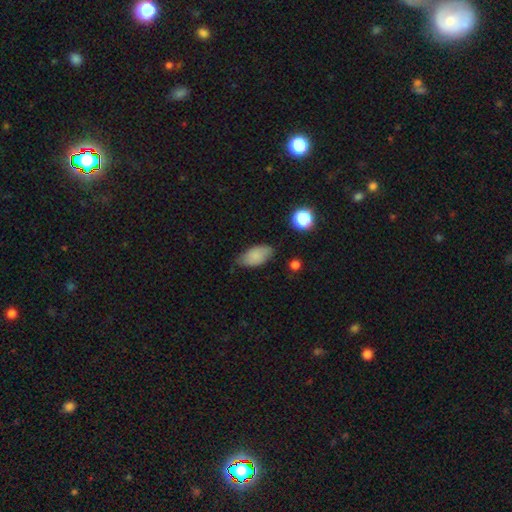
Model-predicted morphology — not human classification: A smooth galaxy with no disk features (82%) that is in between round and cigar-shaped (92%). Merging: none (67%).